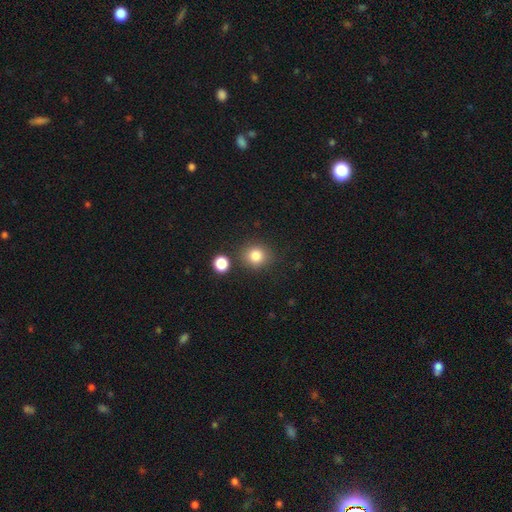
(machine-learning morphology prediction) The model was most divided on "how rounded": round: 83%, in between: 16%, cigar-shaped: 1%. More confident: smooth or featured — smooth (83%); merging — none (80%).